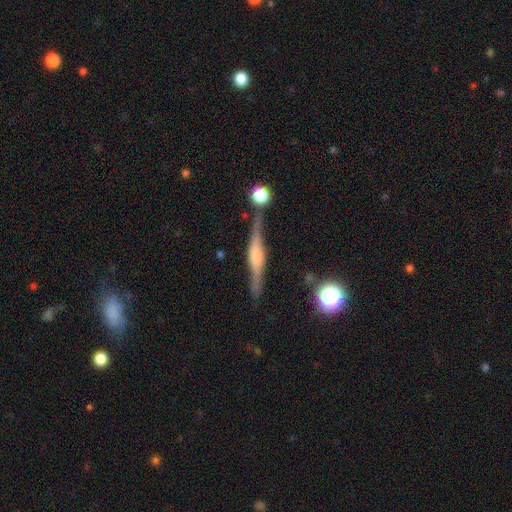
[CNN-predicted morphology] Smooth or featured? Predicted: featured or disk (p=0.76). Edge-on disk? Predicted: yes (p=0.95). Edge-on bulge? Predicted: rounded (p=0.66). Merging? Predicted: none (p=0.76).